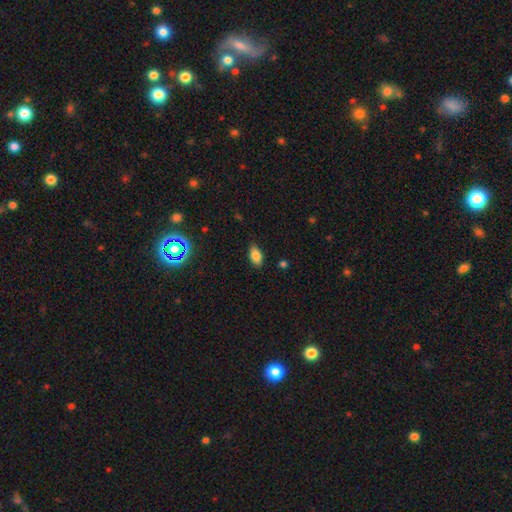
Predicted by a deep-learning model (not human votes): Morphology: type=smooth (82%); roundness=in between (90%); merging=none (84%).